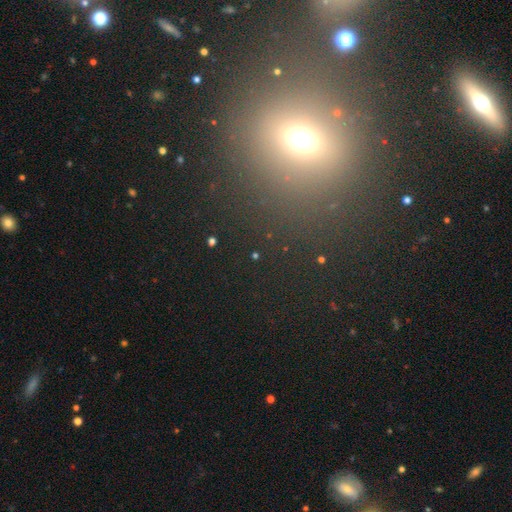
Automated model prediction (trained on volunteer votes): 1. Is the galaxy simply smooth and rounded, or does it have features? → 61% star or artifact, 26% smooth, 12% featured or disk.